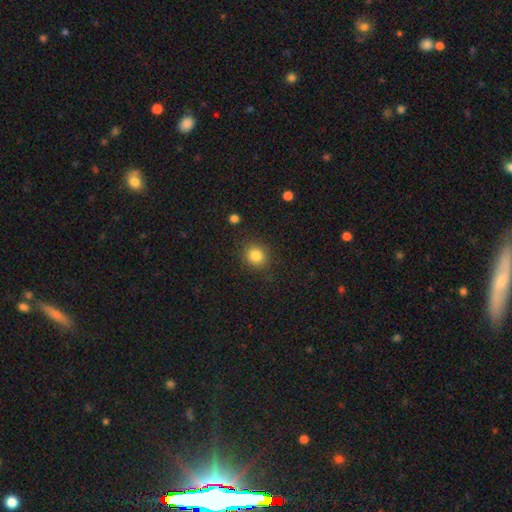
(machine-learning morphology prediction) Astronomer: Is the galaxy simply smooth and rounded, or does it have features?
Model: smooth — 84%.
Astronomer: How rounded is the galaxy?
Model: round — 83%.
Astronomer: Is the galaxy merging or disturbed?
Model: none — 87%.